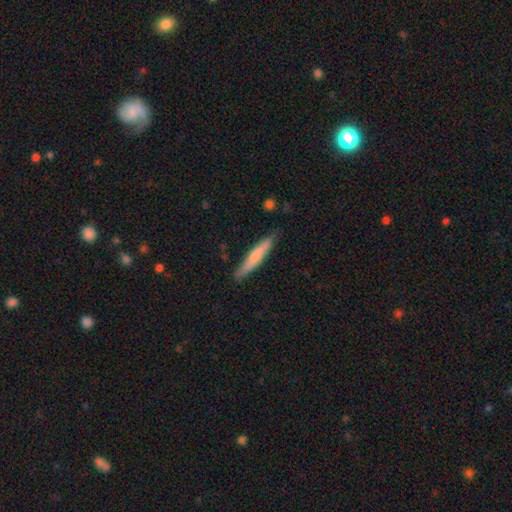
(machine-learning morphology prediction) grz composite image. It shows a smooth galaxy with no disk features (69%) that is cigar-shaped (93%). Merging: none (83%).